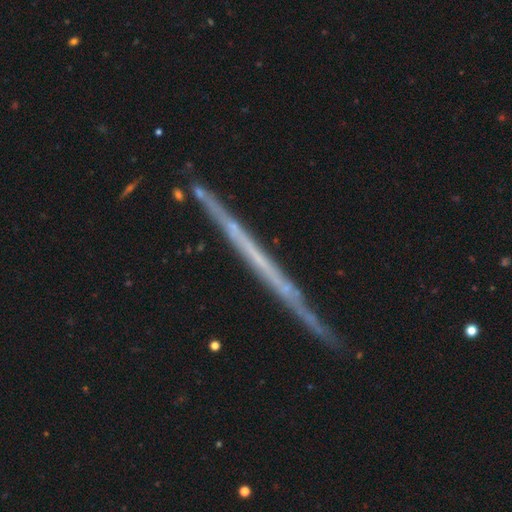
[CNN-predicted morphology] smooth_or_featured: featured or disk (p=0.69) [alt: smooth p=0.23]
disk_edge_on: yes (p=0.97) [alt: no p=0.03]
edge_on_bulge: none (p=0.93) [alt: rounded p=0.04]
merging: none (p=0.88) [alt: minor disturbance p=0.09]